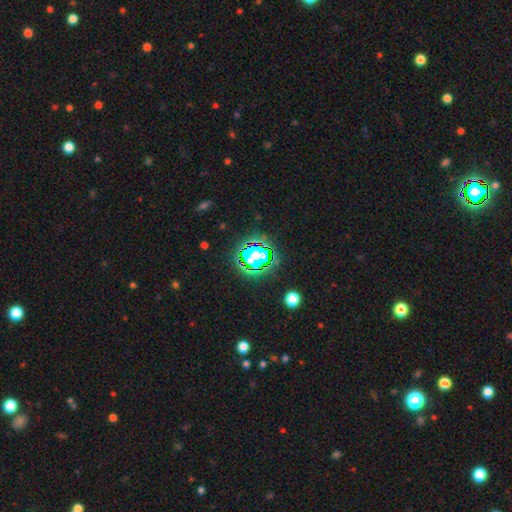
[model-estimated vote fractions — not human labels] This is likely a star or artifact rather than a galaxy (62%).